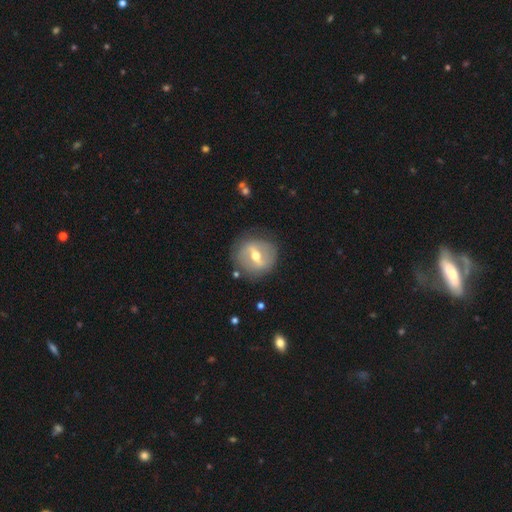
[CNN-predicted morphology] The model was most divided on "spiral arms": no: 58%, yes: 42%. More confident: edge-on disk — no (86%); merging — none (81%); bulge size — moderate (73%); smooth or featured — featured or disk (70%); bar — strong (58%).